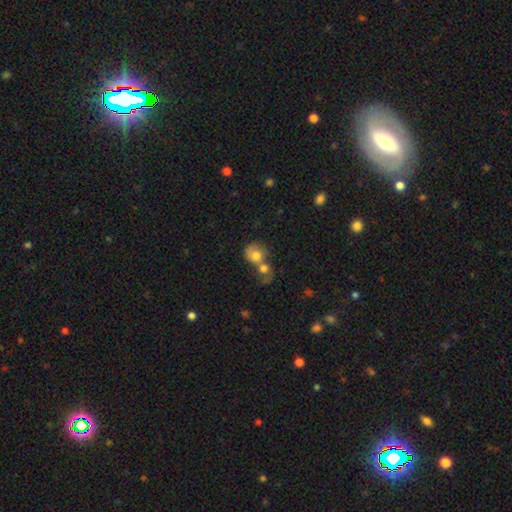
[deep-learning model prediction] Smooth or featured: smooth — 68% (featured or disk — 23%)
How rounded: round — 66% (in between — 32%)
Merging: merger — 76% (none — 12%)